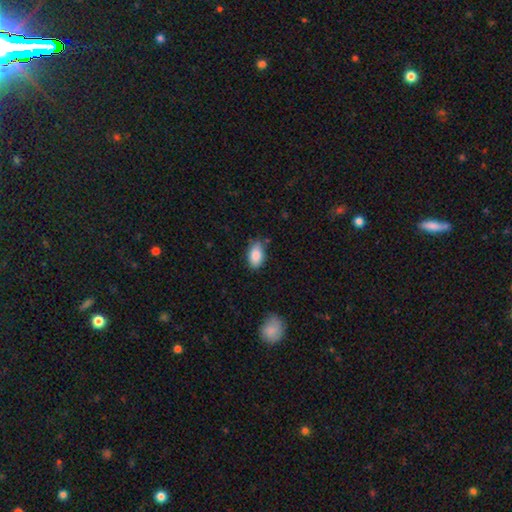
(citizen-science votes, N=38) smooth-or-featured: smooth: 89% | featured or disk: 11% | star or artifact: 0%
  how-rounded: in between: 91% | cigar-shaped: 6% | round: 3%
  merging: none: 66% | minor disturbance: 29% | major disturbance: 5% | merger: 0%